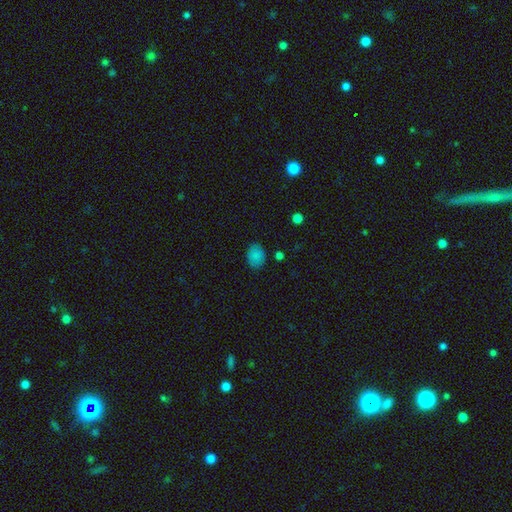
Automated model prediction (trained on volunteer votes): smooth 84%, star or artifact 11%, featured or disk 5%. Down the decision tree: how rounded — in between (71%); merging — none (84%).